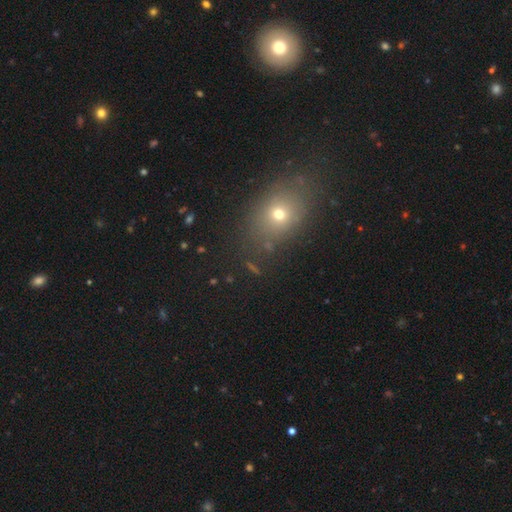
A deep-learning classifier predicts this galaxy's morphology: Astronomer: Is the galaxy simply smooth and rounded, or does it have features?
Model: smooth — 53% (runner-up: star or artifact, 33%).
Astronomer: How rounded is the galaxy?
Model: in between — 63%.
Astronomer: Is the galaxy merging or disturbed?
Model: none — 82%.